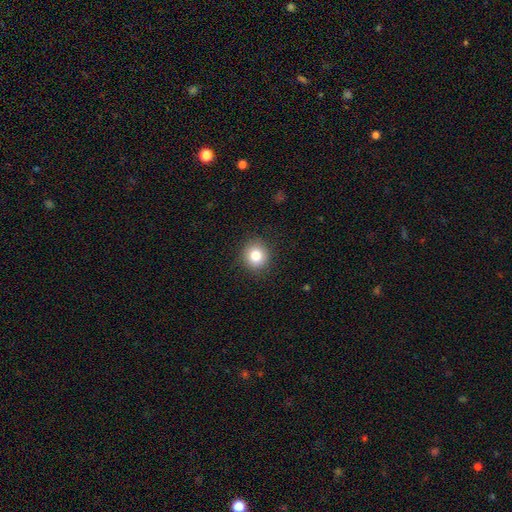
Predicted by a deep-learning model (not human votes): Smooth or featured: smooth — 82% (star or artifact — 10%)
How rounded: round — 87% (in between — 12%)
Merging: none — 90% (minor disturbance — 7%)